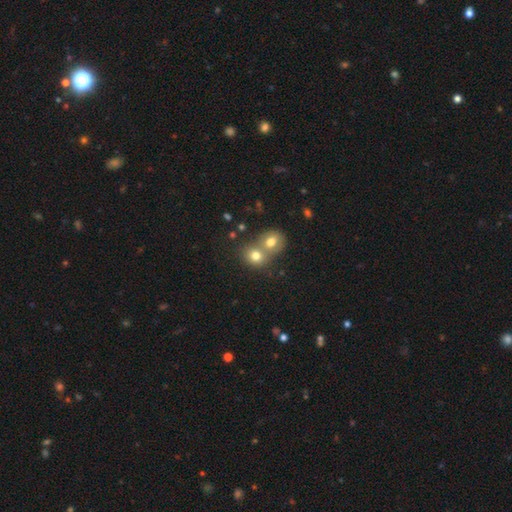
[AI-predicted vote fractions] Morphology: type=smooth (74%); roundness=round (71%); merging=merger (61%).